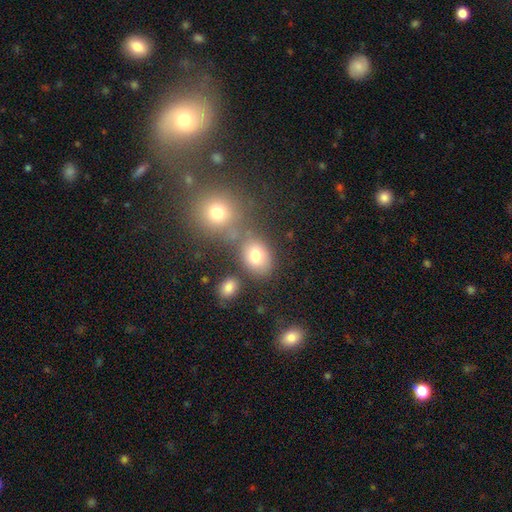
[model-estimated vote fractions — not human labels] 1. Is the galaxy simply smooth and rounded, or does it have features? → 77% smooth, 12% star or artifact, 11% featured or disk.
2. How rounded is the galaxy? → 54% in between, 45% round, 1% cigar-shaped.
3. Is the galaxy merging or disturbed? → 61% none, 21% merger, 12% minor disturbance, 5% major disturbance.